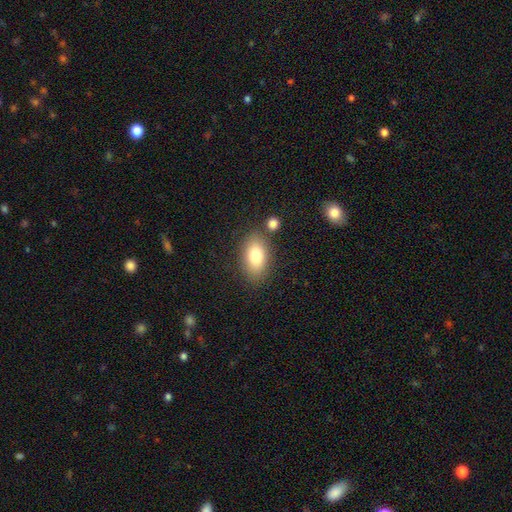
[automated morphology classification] Overall: smooth (80%). How rounded: in between (91%). Merging: none (78%).